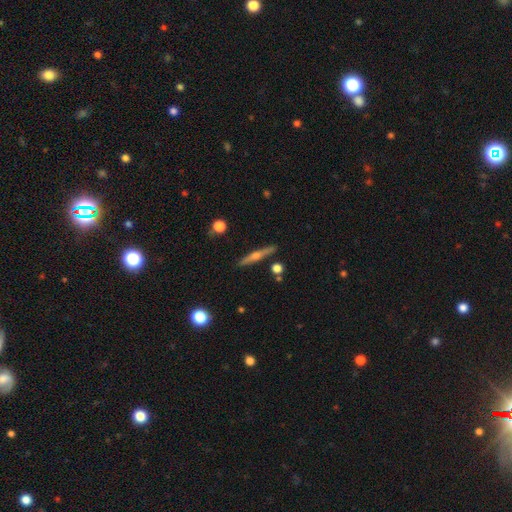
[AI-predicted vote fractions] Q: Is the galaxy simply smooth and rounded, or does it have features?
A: featured or disk — 69%.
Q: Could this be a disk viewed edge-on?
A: yes — 97%.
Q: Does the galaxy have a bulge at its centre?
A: rounded — 88%.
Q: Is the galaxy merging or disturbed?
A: none — 89%.